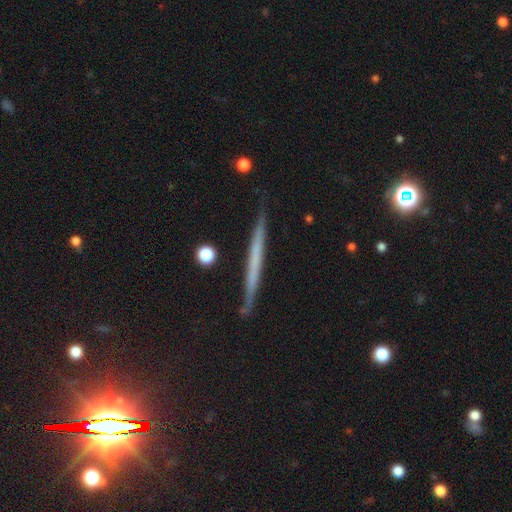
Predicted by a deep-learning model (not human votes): smooth-or-featured: featured or disk: 53% | smooth: 40% | star or artifact: 7%
  disk-edge-on: yes: 96% | no: 4%
    edge-on-bulge: none: 90% | rounded: 6% | boxy: 4%
  merging: none: 85% | minor disturbance: 11% | major disturbance: 2% | merger: 2%